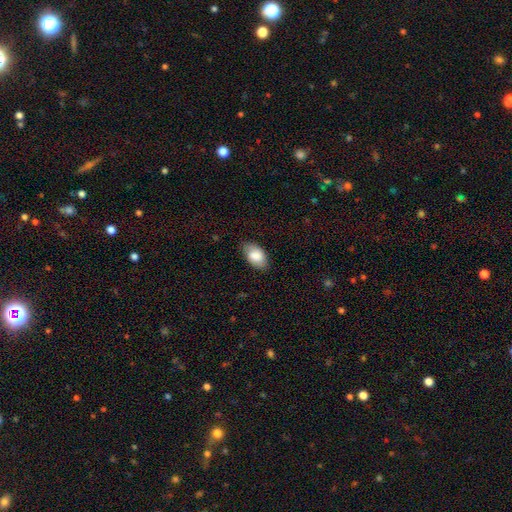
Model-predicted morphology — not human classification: The model was most divided on "merging": none: 81%, minor disturbance: 15%, major disturbance: 3%, merger: 1%. More confident: how rounded — in between (94%); smooth or featured — smooth (80%).